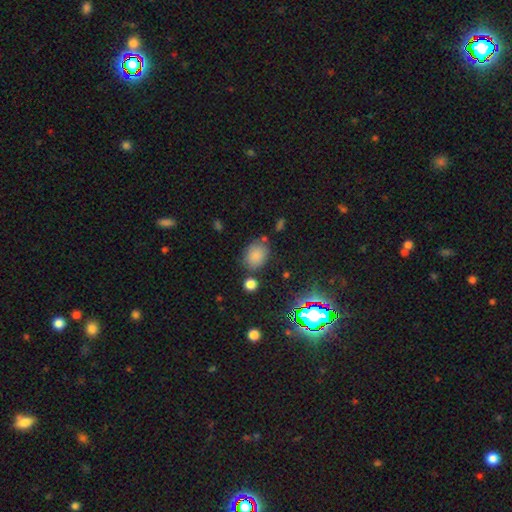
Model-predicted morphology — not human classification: smooth 79%, star or artifact 14%, featured or disk 7%. Down the decision tree: how rounded — in between (66%); merging — none (70%).